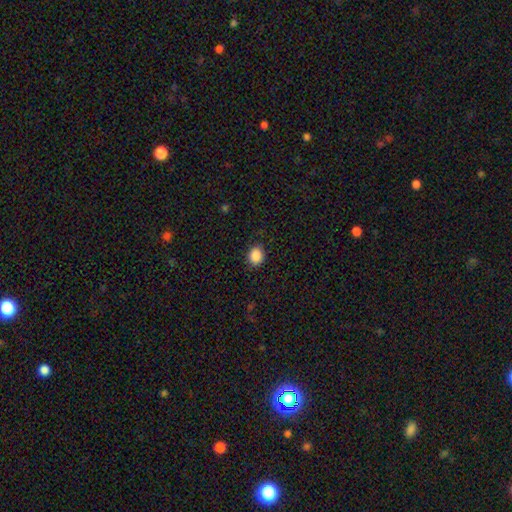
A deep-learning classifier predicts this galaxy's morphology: This appears to be a smooth galaxy with no disk features (88%) that is round (66%). Merging: none (86%).